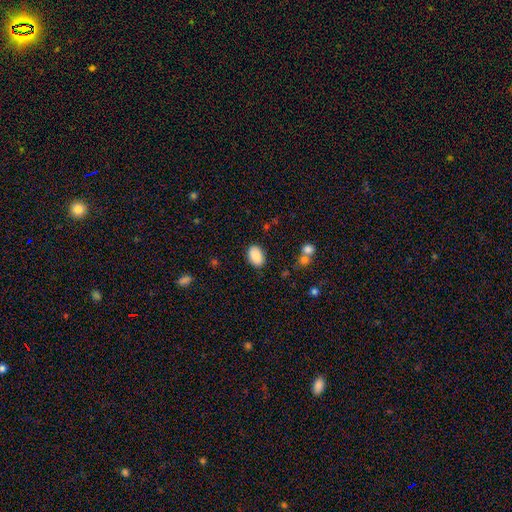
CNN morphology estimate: Smooth or featured? Predicted: smooth (p=0.88). How rounded? Predicted: in between (p=0.87). Merging? Predicted: none (p=0.85).